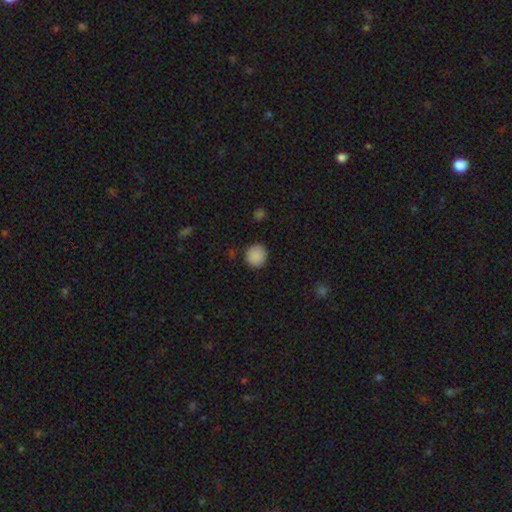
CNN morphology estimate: type=smooth (88%); roundness=round (93%); merging=none (89%).